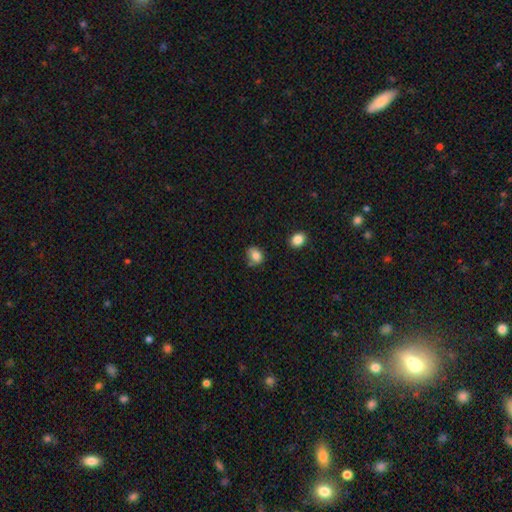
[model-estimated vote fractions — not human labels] smooth 81%, star or artifact 10%, featured or disk 9%. Down the decision tree: how rounded — in between (52%); merging — none (60%).